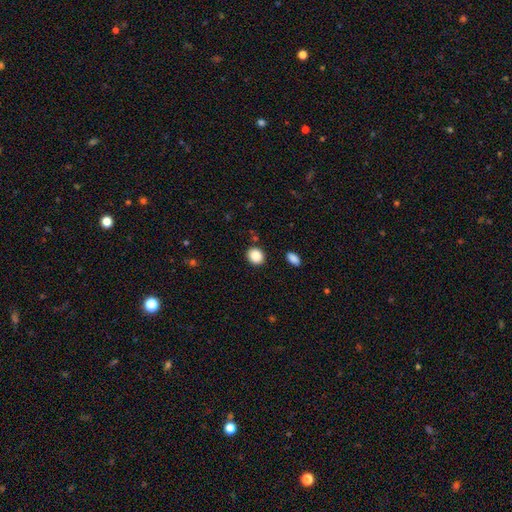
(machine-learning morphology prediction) This is clearly a smooth galaxy (88%). How rounded: likely round (71%). Merging: clearly none (86%).